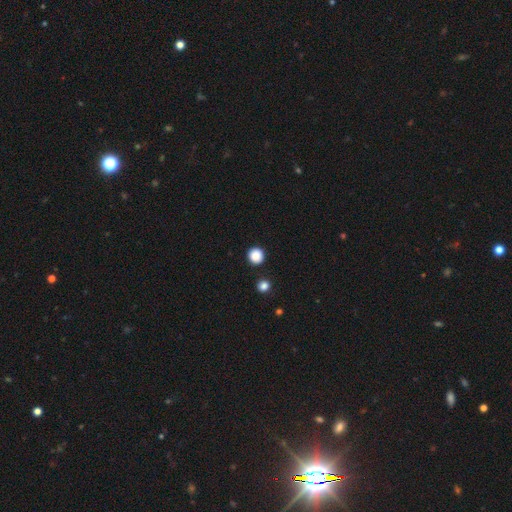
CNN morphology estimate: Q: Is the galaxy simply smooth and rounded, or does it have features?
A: smooth — 87%.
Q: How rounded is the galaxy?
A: round — 95%.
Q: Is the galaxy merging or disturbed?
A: none — 91%.